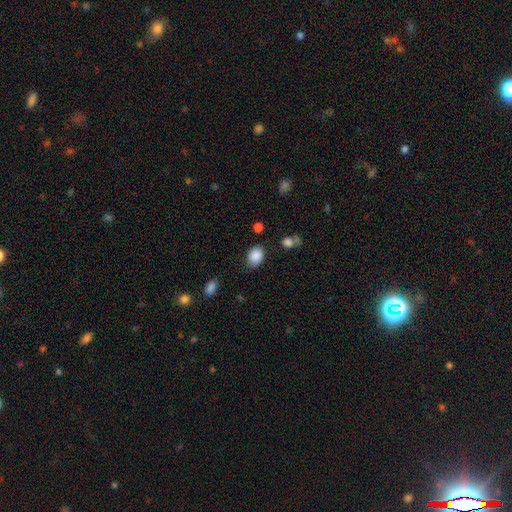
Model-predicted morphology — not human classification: A smooth galaxy with no disk features (87%) that is in between round and cigar-shaped (69%).

Vote fractions:
- Smooth or featured? smooth: 87% / star or artifact: 8% / featured or disk: 4%
- How rounded? in between: 69% / round: 30% / cigar-shaped: 1%
- Merging? none: 74% / minor disturbance: 19% / major disturbance: 4% / merger: 3%